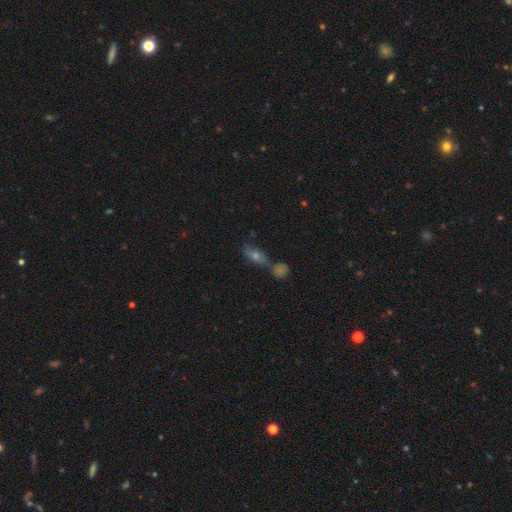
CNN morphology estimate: smooth-or-featured: smooth: 48% | featured or disk: 32% | star or artifact: 20%
  merging: none: 51% | merger: 32% | minor disturbance: 11% | major disturbance: 5%